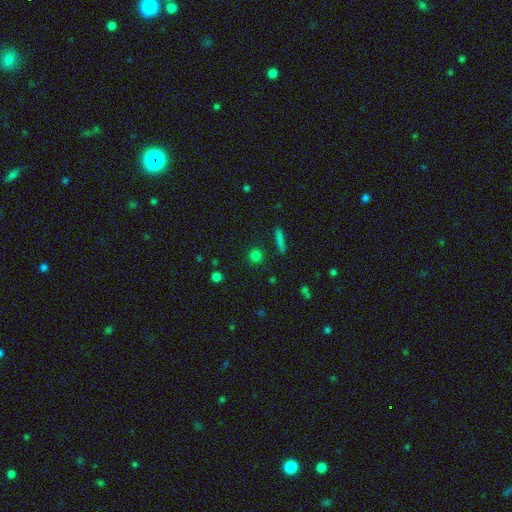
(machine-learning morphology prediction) smooth_or_featured: smooth (p=0.78) [alt: star or artifact p=0.16]
how_rounded: round (p=0.89) [alt: in between p=0.07]
merging: none (p=0.89) [alt: minor disturbance p=0.06]